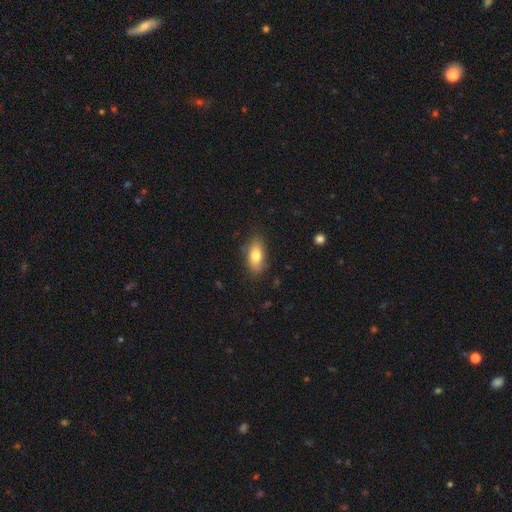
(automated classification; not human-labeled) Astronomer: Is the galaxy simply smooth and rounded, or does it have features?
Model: smooth — 77%.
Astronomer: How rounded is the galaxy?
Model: in between — 86%.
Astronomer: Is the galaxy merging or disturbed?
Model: none — 82%.